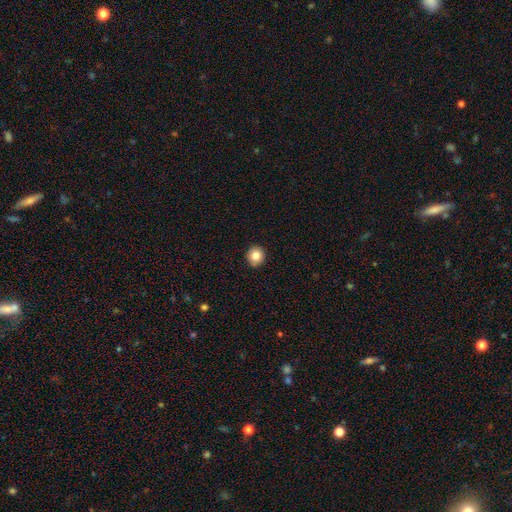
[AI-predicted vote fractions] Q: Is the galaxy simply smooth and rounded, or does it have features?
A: smooth — 83%.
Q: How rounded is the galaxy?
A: round — 89%.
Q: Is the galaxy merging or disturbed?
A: none — 92%.